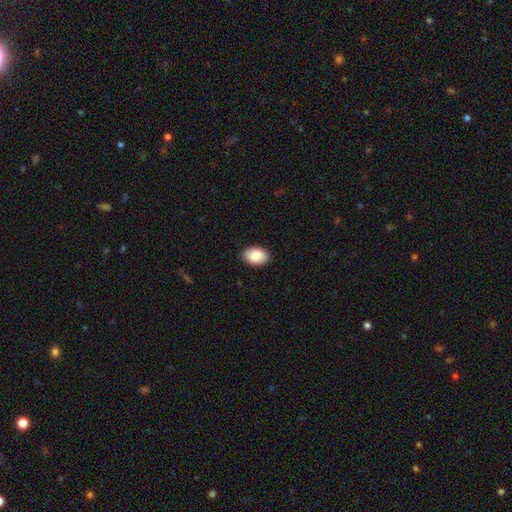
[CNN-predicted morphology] A smooth galaxy with no disk features (85%) that is in between round and cigar-shaped (87%). Merging: none (90%).